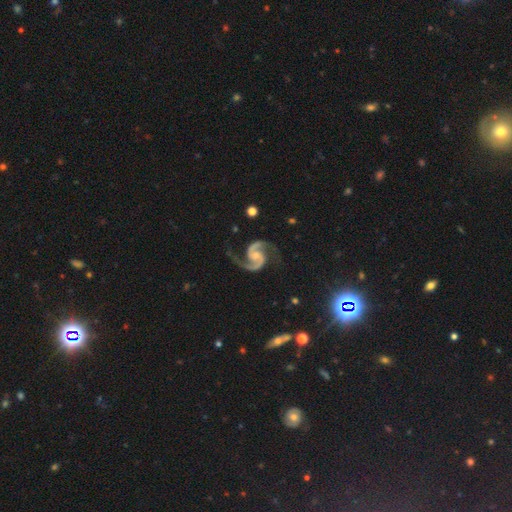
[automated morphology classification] smooth-or-featured: featured or disk: 95% | star or artifact: 3% | smooth: 2%
  disk-edge-on: no: 99% | yes: 1%
    bar: no: 56% | weak: 34% | strong: 10%
    has-spiral-arms: yes: 99% | no: 1%
      spiral-winding: medium: 66% | loose: 18% | tight: 15%
      spiral-arm-count: 2: 95% | can't tell: 1% | 1: 1% | 3: 1% | 4: 1% | more than 4: 1%
    bulge-size: small: 53% | moderate: 30% | none: 13% | large: 2% | dominant: 1%
  merging: none: 77% | minor disturbance: 15% | major disturbance: 6% | merger: 2%